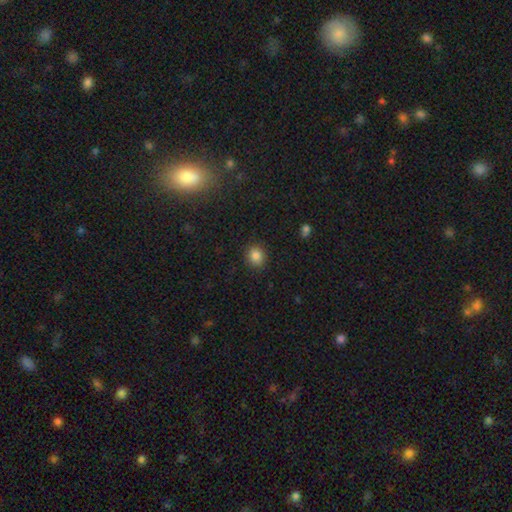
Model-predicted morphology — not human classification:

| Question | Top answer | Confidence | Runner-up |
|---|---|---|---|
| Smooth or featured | smooth | 84% | star or artifact (11%) |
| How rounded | round | 80% | in between (19%) |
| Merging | none | 90% | minor disturbance (7%) |